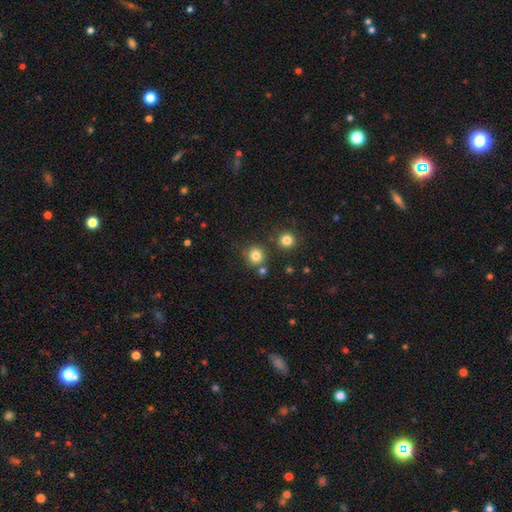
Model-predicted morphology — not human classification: Overall: smooth (81%). How rounded: round (93%). Merging: none (79%).